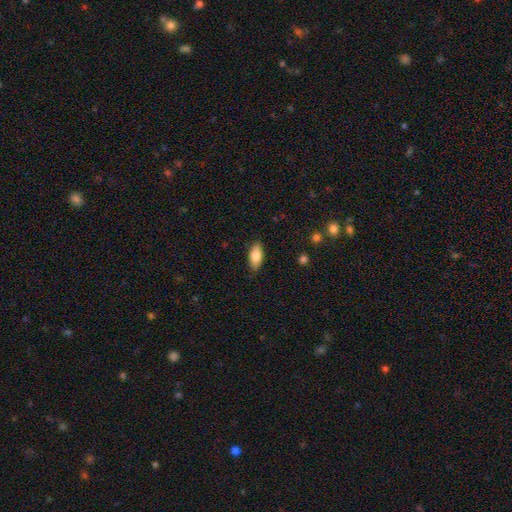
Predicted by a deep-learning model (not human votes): Smooth or featured?
  - smooth: 81% *
  - featured or disk: 13%
  - star or artifact: 7%
How rounded?
  - in between: 86% *
  - cigar-shaped: 11%
  - round: 2%
Merging?
  - none: 86% *
  - minor disturbance: 11%
  - major disturbance: 2%
  - merger: 1%